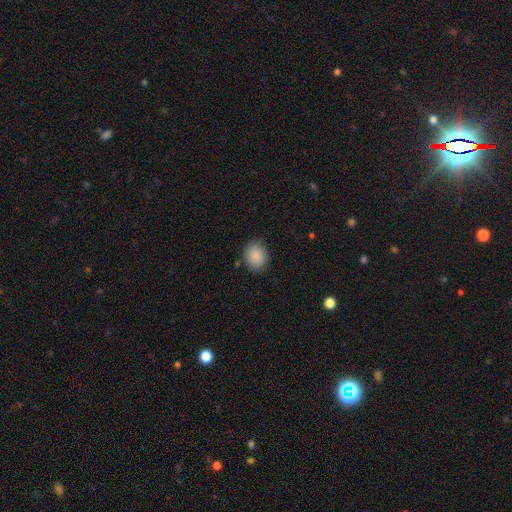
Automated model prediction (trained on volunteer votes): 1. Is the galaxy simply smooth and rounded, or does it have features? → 88% smooth, 8% star or artifact, 4% featured or disk.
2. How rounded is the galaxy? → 56% round, 43% in between, 1% cigar-shaped.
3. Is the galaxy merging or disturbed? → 78% none, 17% minor disturbance, 4% major disturbance, 2% merger.